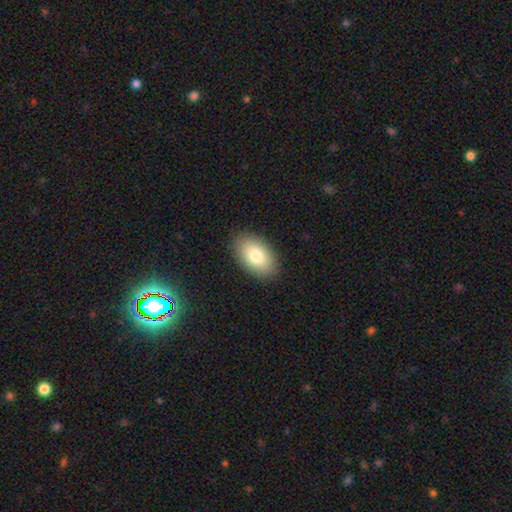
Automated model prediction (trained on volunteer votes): smooth-or-featured: smooth: 81% | featured or disk: 12% | star or artifact: 7%
  how-rounded: in between: 93% | round: 6% | cigar-shaped: 1%
  merging: none: 89% | minor disturbance: 8% | major disturbance: 2% | merger: 1%